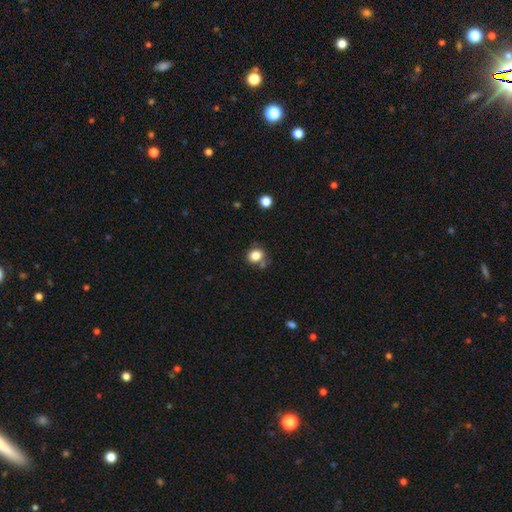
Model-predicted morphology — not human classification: smooth-or-featured: smooth: 82% | star or artifact: 11% | featured or disk: 7%
  how-rounded: round: 67% | in between: 32% | cigar-shaped: 1%
  merging: none: 66% | minor disturbance: 19% | merger: 9% | major disturbance: 6%